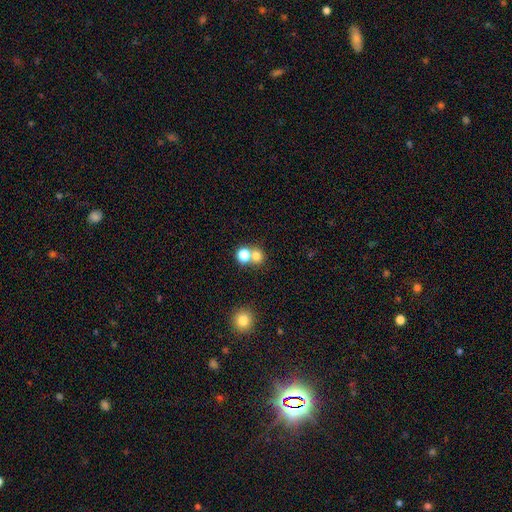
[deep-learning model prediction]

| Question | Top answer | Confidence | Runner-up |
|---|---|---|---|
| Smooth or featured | smooth | 76% | star or artifact (15%) |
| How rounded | round | 81% | in between (18%) |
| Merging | none | 46% | merger (45%) |